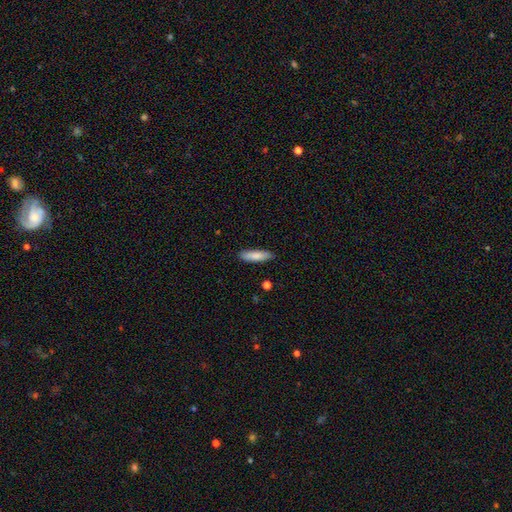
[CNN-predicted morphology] Smooth or featured? Predicted: smooth (p=0.83). How rounded? Predicted: cigar-shaped (p=0.67). Merging? Predicted: none (p=0.87).